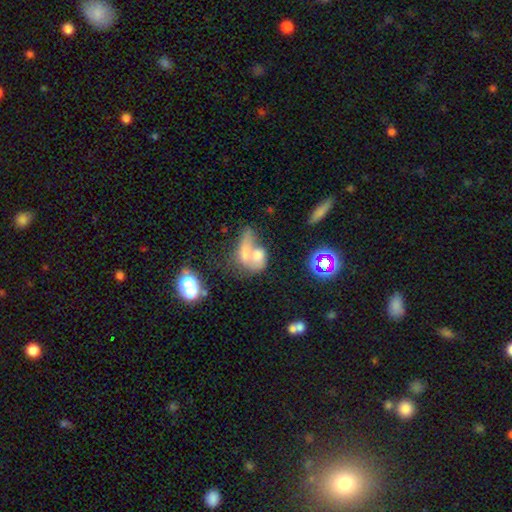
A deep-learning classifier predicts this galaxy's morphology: The model was most divided on "smooth or featured": smooth: 50%, featured or disk: 30%, star or artifact: 19%. More confident: how rounded — in between (59%); merging — merger (59%).